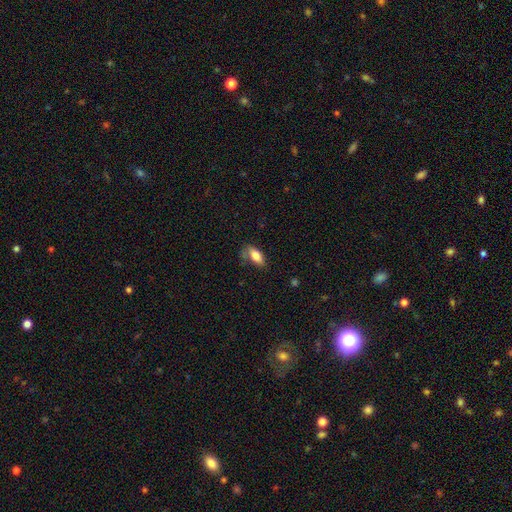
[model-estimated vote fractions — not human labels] Smooth or featured: smooth — 80% (featured or disk — 13%)
How rounded: in between — 86% (cigar-shaped — 11%)
Merging: none — 59% (minor disturbance — 27%)